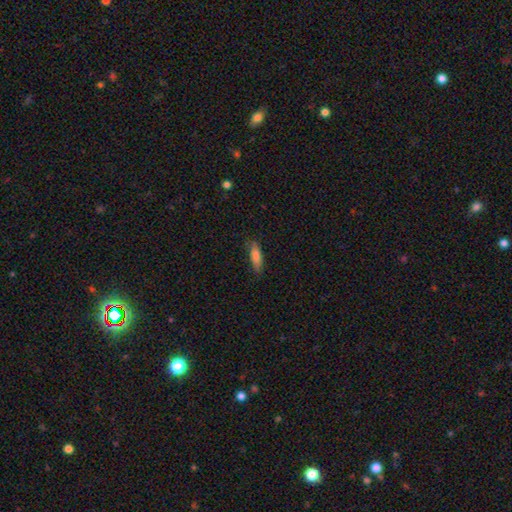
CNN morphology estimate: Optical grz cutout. It shows a smooth galaxy with no disk features (78%) that is cigar-shaped (55%). Merging: none (77%).